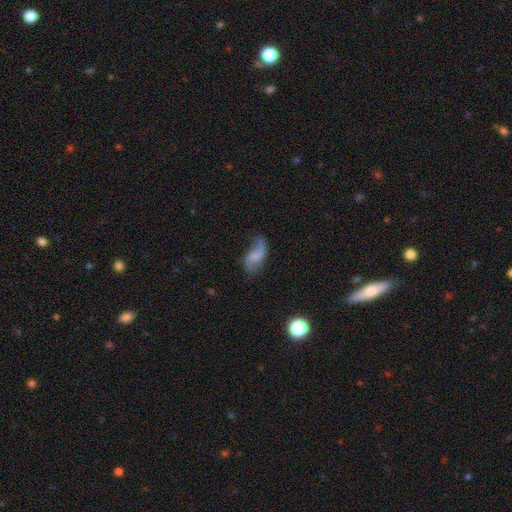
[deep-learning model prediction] The model was most divided on "bulge size": none: 38%, small: 36%, moderate: 21%, large: 4%, dominant: 1%. Remaining: edge-on disk — no (96%); spiral arms — yes (90%); spiral arm count — 2 (86%); spiral winding — loose (81%); smooth or featured — featured or disk (61%); merging — none (59%); bar — no (47%).